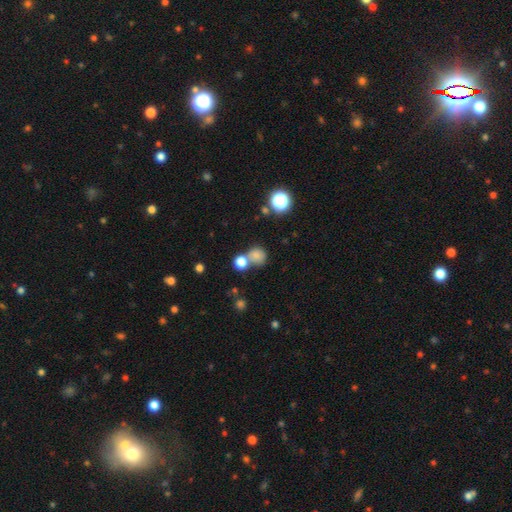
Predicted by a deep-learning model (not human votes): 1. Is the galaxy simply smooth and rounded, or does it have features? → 76% smooth, 15% star or artifact, 9% featured or disk.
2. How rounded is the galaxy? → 81% round, 18% in between, 1% cigar-shaped.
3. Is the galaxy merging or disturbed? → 49% none, 35% merger, 11% minor disturbance, 5% major disturbance.